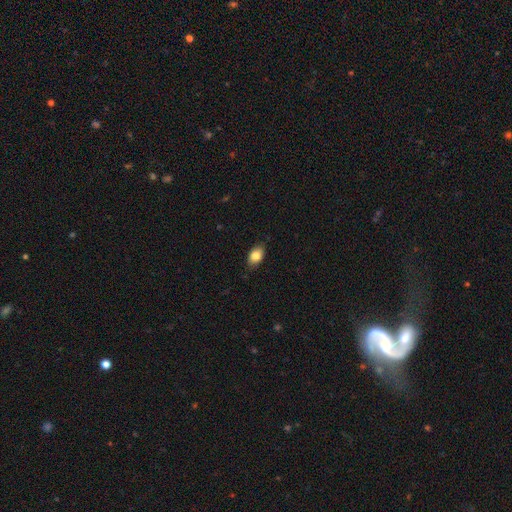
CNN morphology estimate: Smooth or featured? smooth (84%)
How rounded? in between (85%)
Merging? none (81%)